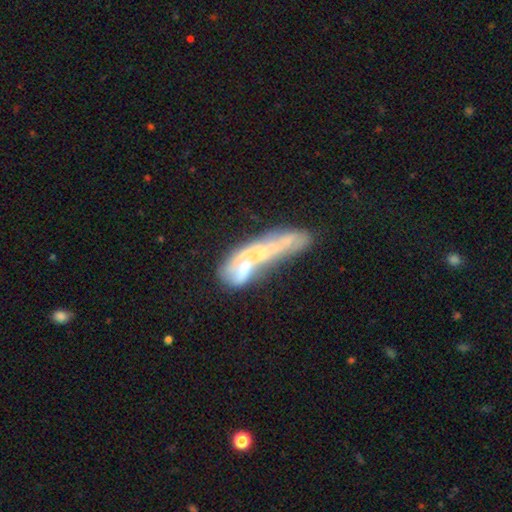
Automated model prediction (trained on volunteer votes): Q: Smooth or featured?
A: featured or disk (54%); runner-up: smooth (35%)
Q: Edge-on disk?
A: no (75%); runner-up: yes (25%)
Q: Merging?
A: merger (48%); runner-up: none (20%)